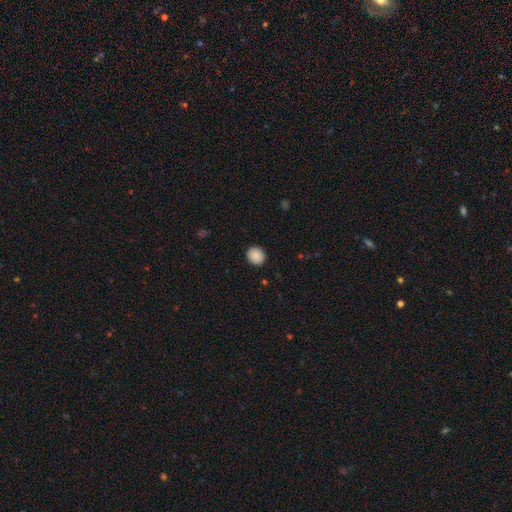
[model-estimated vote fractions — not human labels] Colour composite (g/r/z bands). It shows a smooth galaxy with no disk features (89%) that is round (76%). Merging: none (90%).